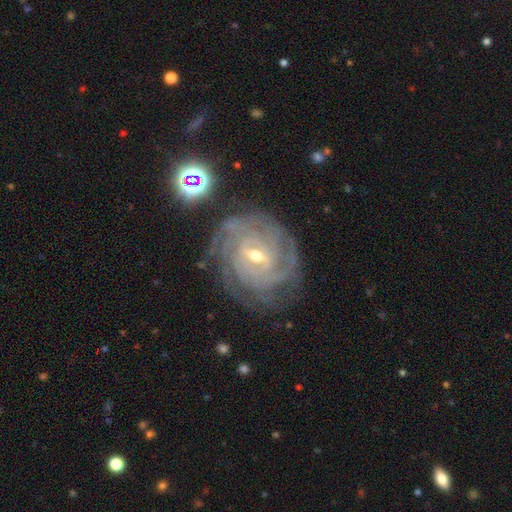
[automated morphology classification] Smooth or featured: featured or disk — 89% (star or artifact — 6%)
Edge-on disk: no — 97% (yes — 3%)
Bar: weak — 53% (strong — 25%)
Spiral arms: yes — 98% (no — 2%)
Spiral winding: tight — 81% (medium — 16%)
Spiral arm count: 4 — 27% (tied with can't tell — 27%)
Bulge size: small — 53% (moderate — 45%)
Merging: none — 78% (minor disturbance — 14%)